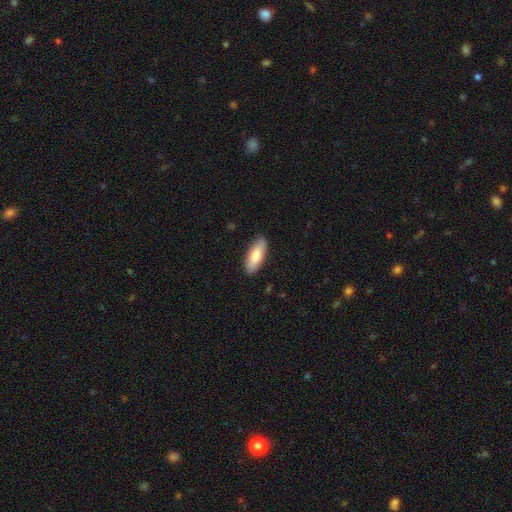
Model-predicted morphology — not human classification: Smooth or featured: smooth — 78% (featured or disk — 17%)
How rounded: in between — 70% (cigar-shaped — 28%)
Merging: none — 87% (minor disturbance — 10%)